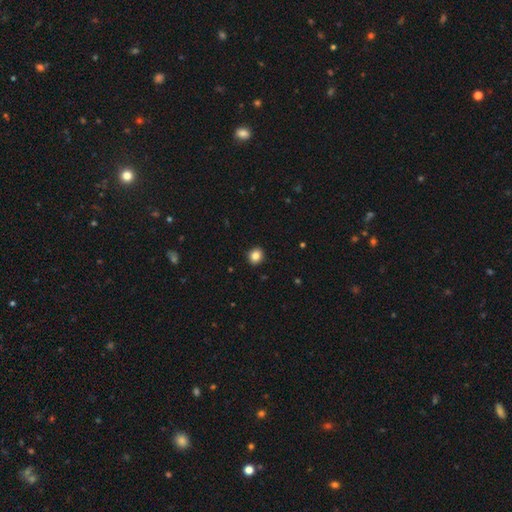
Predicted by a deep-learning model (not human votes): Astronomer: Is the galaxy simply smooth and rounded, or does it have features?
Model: smooth — 84%.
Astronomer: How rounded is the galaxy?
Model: round — 77%.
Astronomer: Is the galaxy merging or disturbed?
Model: none — 92%.